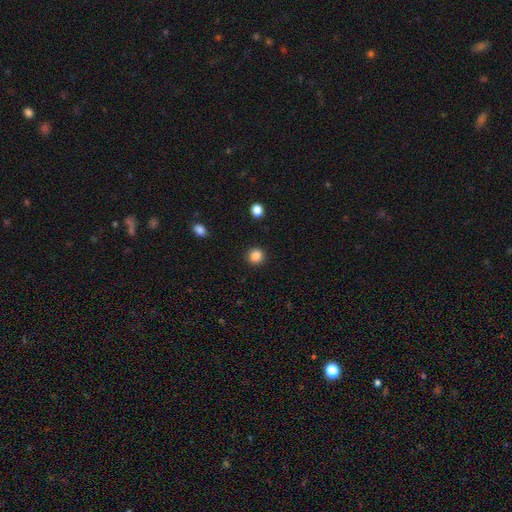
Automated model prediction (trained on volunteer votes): A smooth galaxy with no disk features (86%) that is round (92%).

Vote fractions:
- Smooth or featured? smooth: 86% / star or artifact: 11% / featured or disk: 3%
- How rounded? round: 92% / in between: 7% / cigar-shaped: 1%
- Merging? none: 92% / minor disturbance: 5% / major disturbance: 2% / merger: 1%